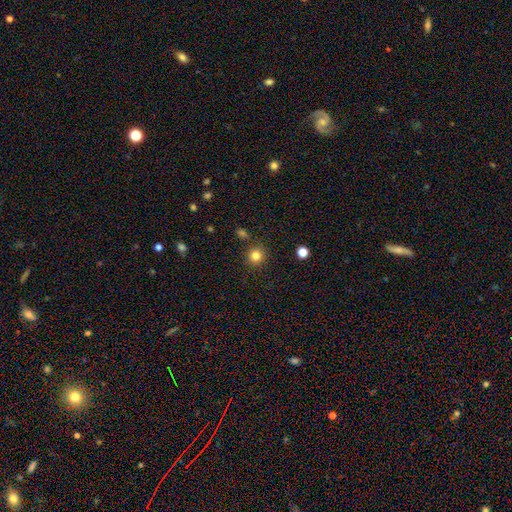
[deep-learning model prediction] Smooth or featured? Predicted: smooth (p=0.82). How rounded? Predicted: round (p=0.92). Merging? Predicted: none (p=0.87).